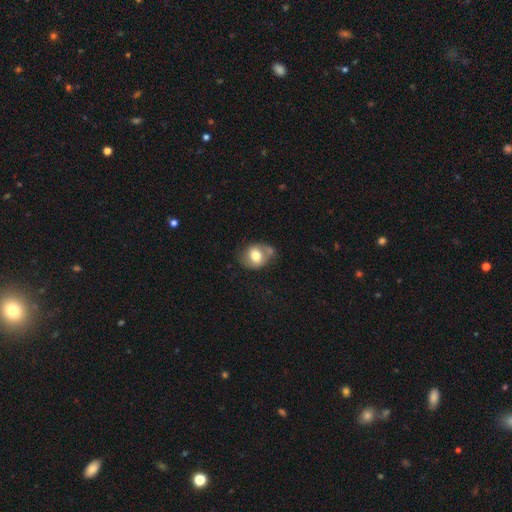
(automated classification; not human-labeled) This appears to be a smooth galaxy with no disk features (66%) that is round (56%). Merging: none (44%).